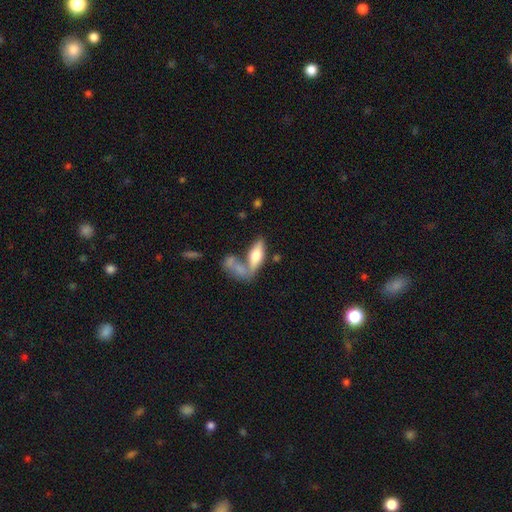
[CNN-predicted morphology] A smooth galaxy with no disk features (60%) that is in between round and cigar-shaped (63%). Merging: merger (40%).